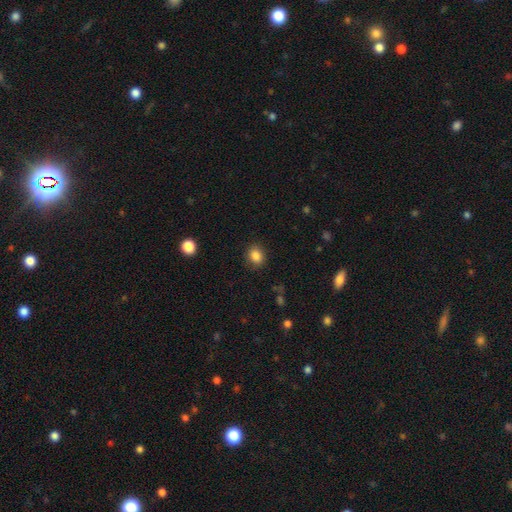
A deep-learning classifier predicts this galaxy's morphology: smooth 86%, star or artifact 10%, featured or disk 4%. Down the decision tree: how rounded — round (57%); merging — none (88%).